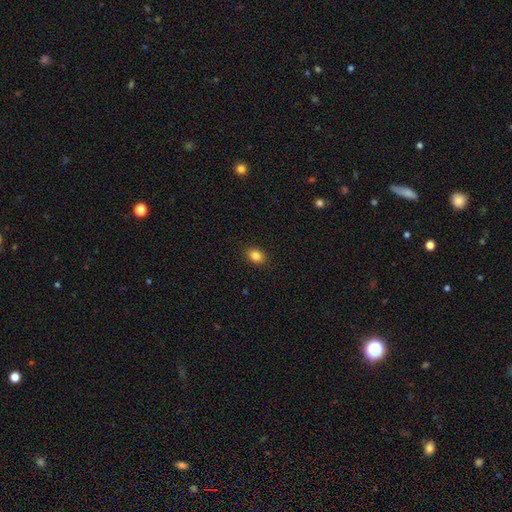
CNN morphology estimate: Smooth or featured? Predicted: smooth (p=0.84). How rounded? Predicted: in between (p=0.62). Merging? Predicted: none (p=0.90).